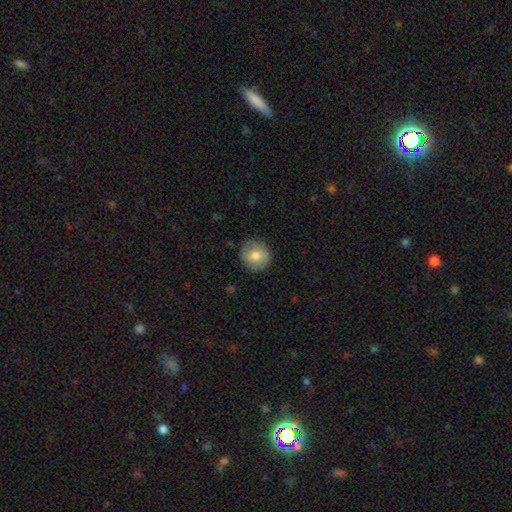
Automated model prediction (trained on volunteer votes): smooth_or_featured: smooth (p=0.76) [alt: featured or disk p=0.16]
how_rounded: round (p=0.87) [alt: in between p=0.12]
merging: none (p=0.86) [alt: minor disturbance p=0.11]